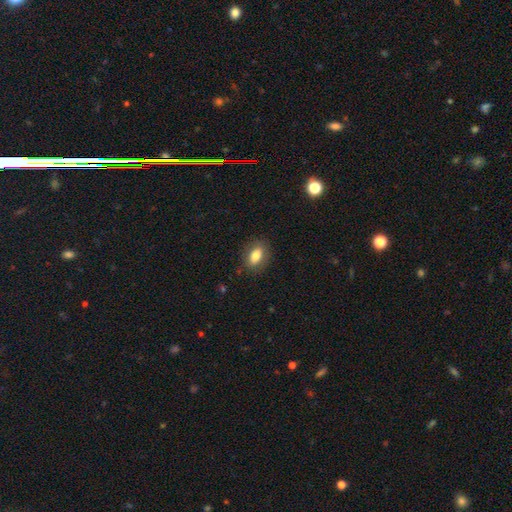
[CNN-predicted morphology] Smooth or featured? smooth (80%)
How rounded? in between (84%)
Merging? none (84%)